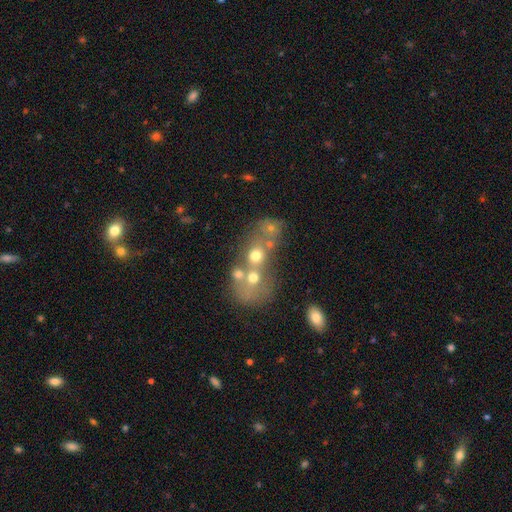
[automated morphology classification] Smooth or featured: smooth — 56% (featured or disk — 26%)
How rounded: round — 68% (in between — 31%)
Merging: merger — 57% (none — 30%)